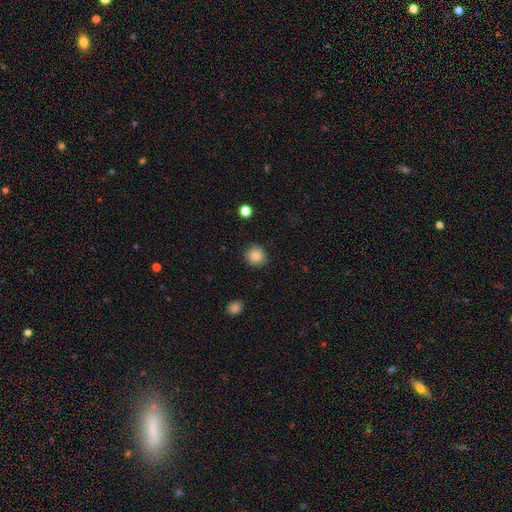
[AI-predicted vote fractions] This is clearly a smooth galaxy (86%). How rounded: clearly round (92%). Merging: clearly none (89%).